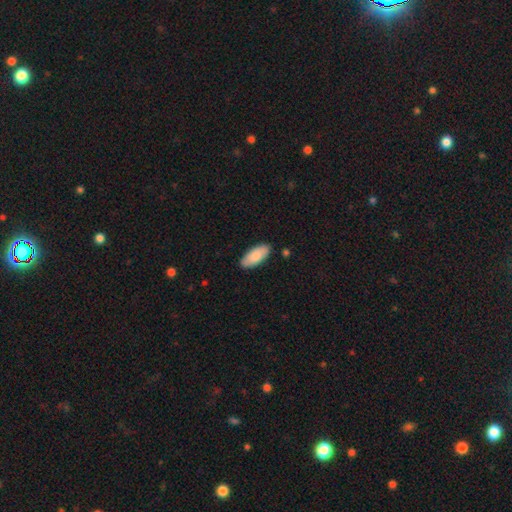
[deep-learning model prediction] Morphology: type=smooth (81%); roundness=in between (89%); merging=none (86%).